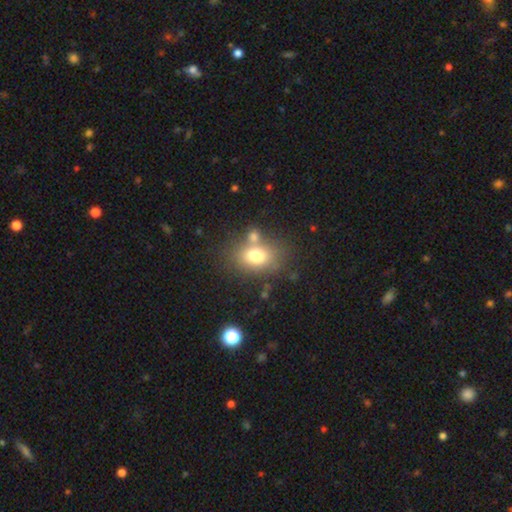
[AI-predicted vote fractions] Smooth or featured? smooth (74%)
How rounded? in between (67%)
Merging? none (61%)